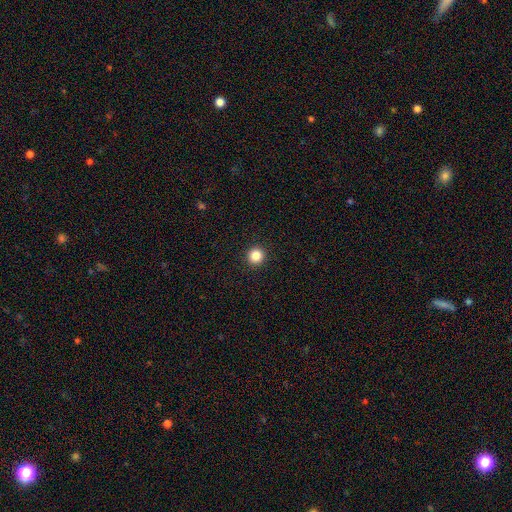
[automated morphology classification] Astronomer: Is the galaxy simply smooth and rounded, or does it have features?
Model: smooth — 85%.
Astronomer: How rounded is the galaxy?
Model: round — 95%.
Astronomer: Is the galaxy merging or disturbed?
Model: none — 93%.